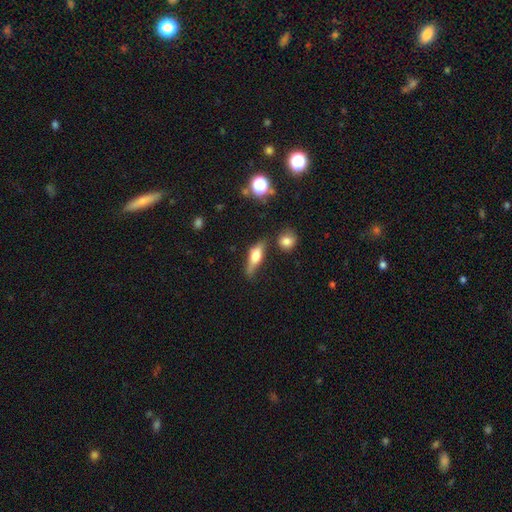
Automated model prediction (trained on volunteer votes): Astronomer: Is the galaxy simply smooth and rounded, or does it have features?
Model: smooth — 47% (runner-up: featured or disk, 45%).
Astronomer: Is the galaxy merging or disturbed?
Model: none — 66%.